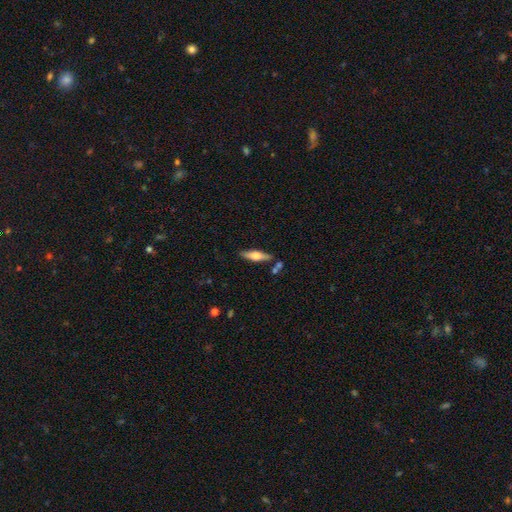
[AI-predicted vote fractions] Q: Smooth or featured?
A: featured or disk (51%); runner-up: smooth (43%)
Q: Edge-on disk?
A: yes (93%); runner-up: no (7%)
Q: Merging?
A: none (80%); runner-up: minor disturbance (11%)